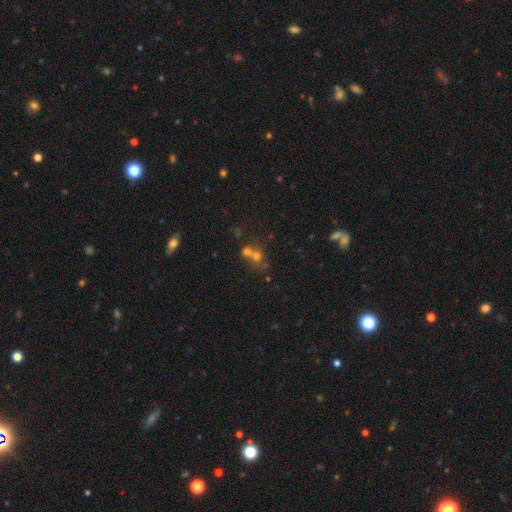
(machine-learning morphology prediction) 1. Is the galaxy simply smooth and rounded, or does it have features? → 53% smooth, 25% star or artifact, 22% featured or disk.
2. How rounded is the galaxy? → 76% round, 22% in between, 2% cigar-shaped.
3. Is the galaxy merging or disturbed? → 53% merger, 35% none, 7% minor disturbance, 5% major disturbance.